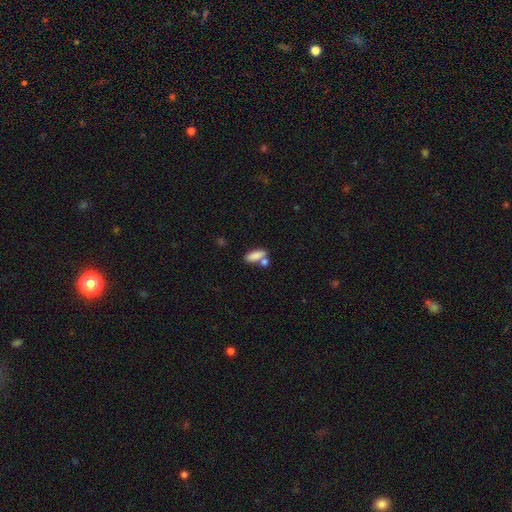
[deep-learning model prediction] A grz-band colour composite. It shows a smooth galaxy with no disk features (84%) that is in between round and cigar-shaped (70%). Merging: none (51%).